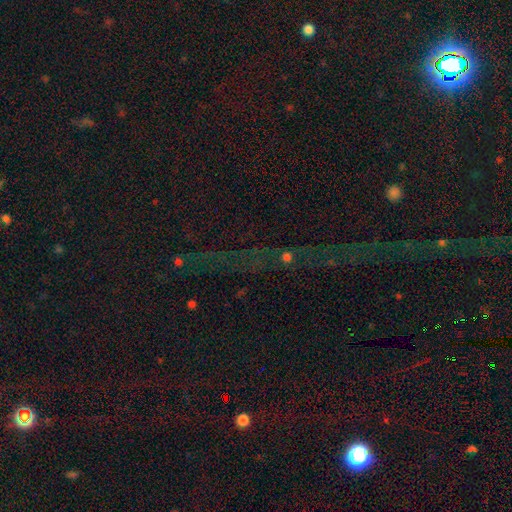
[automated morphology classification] star or artifact 75%, featured or disk 12%, smooth 12%.